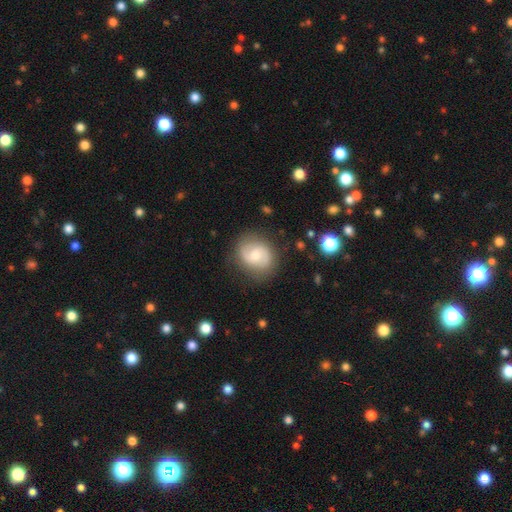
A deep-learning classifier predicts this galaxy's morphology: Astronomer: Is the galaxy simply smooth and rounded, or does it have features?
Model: featured or disk — 65%.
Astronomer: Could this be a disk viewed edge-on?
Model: no — 98%.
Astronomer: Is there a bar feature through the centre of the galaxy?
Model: no — 50% (runner-up: weak, 42%).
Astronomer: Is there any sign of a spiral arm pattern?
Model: yes — 90%.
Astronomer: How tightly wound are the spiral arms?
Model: medium — 47% (runner-up: loose, 29%).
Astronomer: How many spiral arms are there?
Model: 2 — 88%.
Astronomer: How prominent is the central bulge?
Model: moderate — 52% (runner-up: small, 41%).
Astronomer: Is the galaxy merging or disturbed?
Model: none — 81%.